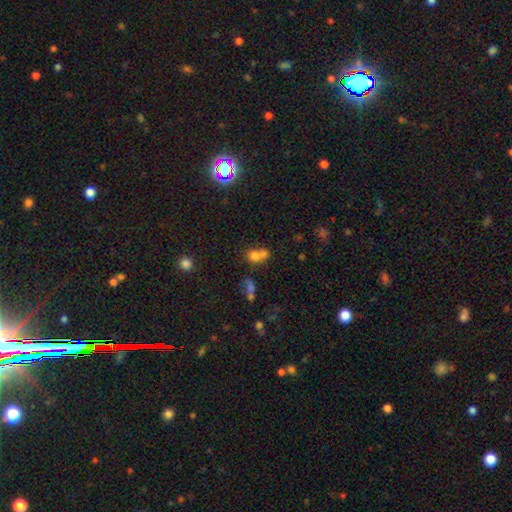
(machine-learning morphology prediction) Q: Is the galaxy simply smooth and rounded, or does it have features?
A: smooth — 71%.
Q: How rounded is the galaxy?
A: round — 63%.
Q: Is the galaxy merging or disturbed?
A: merger — 58%.